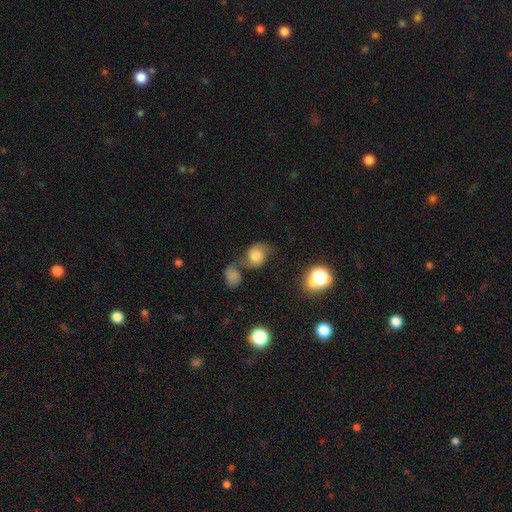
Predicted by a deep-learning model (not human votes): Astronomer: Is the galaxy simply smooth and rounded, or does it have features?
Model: smooth — 56% (runner-up: featured or disk, 32%).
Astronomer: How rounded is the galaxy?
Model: round — 61% (runner-up: in between, 37%).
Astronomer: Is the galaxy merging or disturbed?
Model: none — 45% (runner-up: merger, 24%).